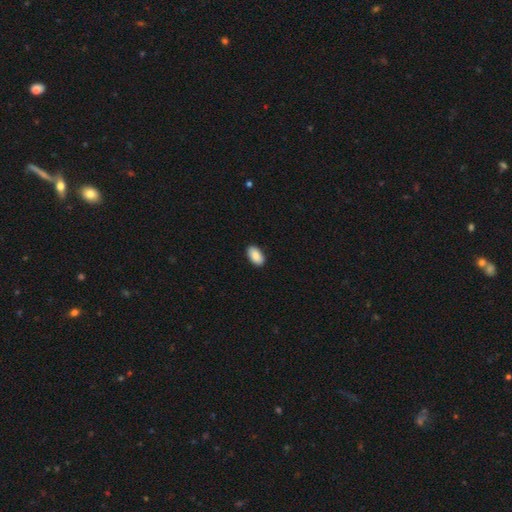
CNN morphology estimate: Smooth or featured? smooth (89%)
How rounded? in between (95%)
Merging? none (89%)